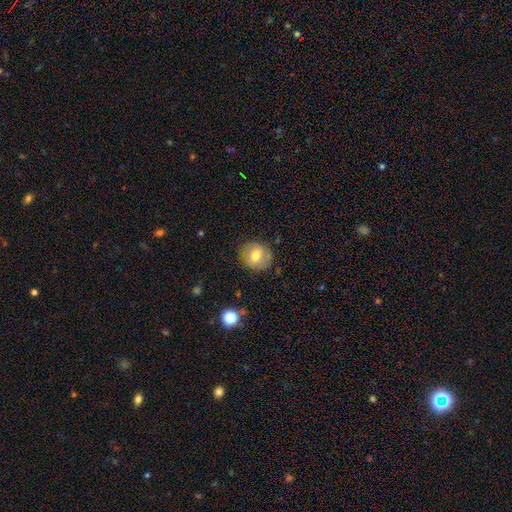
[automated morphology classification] Smooth or featured: smooth — 66% (featured or disk — 25%)
How rounded: round — 75% (in between — 24%)
Merging: none — 76% (minor disturbance — 17%)